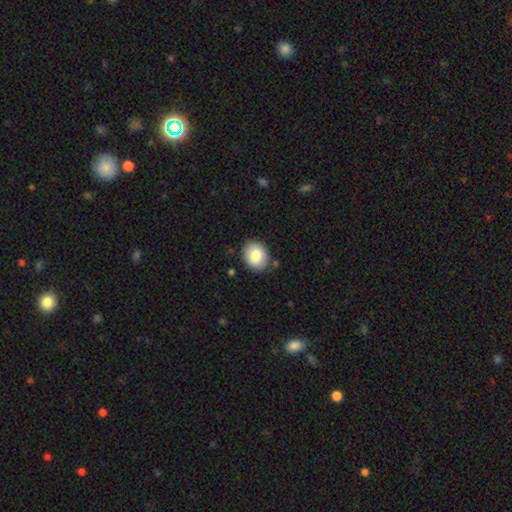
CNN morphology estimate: Q: Smooth or featured?
A: smooth (82%); runner-up: featured or disk (10%)
Q: How rounded?
A: in between (50%); runner-up: round (49%)
Q: Merging?
A: none (85%); runner-up: minor disturbance (10%)